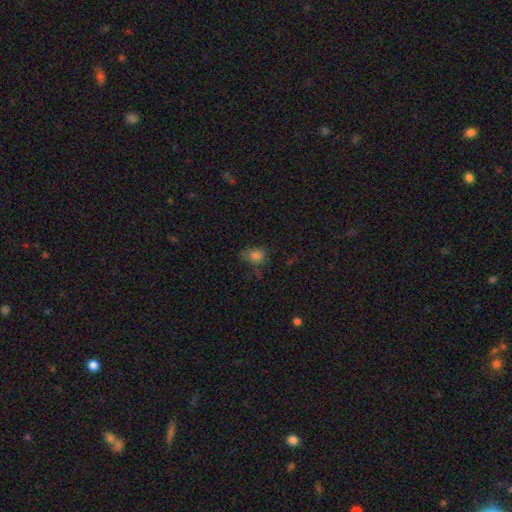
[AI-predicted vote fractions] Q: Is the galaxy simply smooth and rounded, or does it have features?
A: smooth — 78%.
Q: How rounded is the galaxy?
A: in between — 66%.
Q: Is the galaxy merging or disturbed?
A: none — 53%.